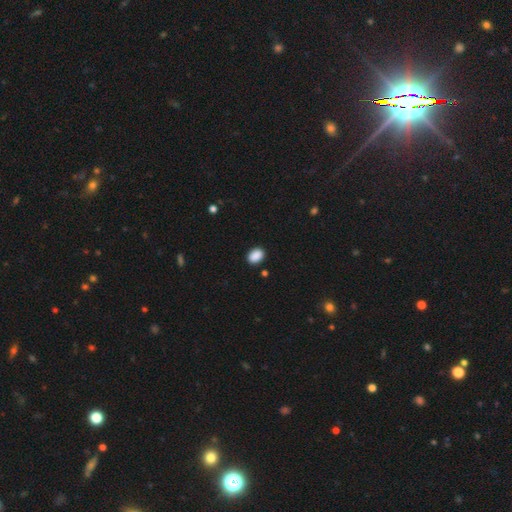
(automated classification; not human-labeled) A smooth galaxy with no disk features (89%) that is in between round and cigar-shaped (73%). Merging: none (88%).